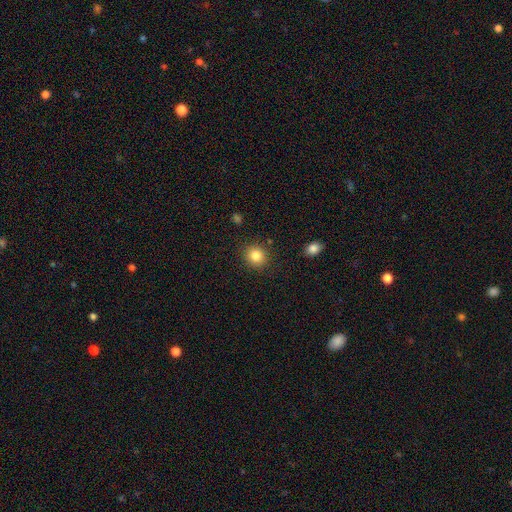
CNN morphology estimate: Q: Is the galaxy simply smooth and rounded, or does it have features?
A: smooth — 83%.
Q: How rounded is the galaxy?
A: round — 87%.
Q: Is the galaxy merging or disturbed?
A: none — 89%.